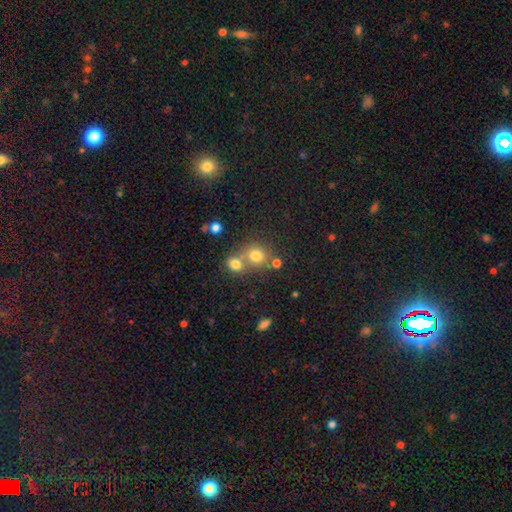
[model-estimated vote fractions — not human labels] smooth 74%, star or artifact 16%, featured or disk 10%. Down the decision tree: how rounded — round (80%); merging — none (51%).